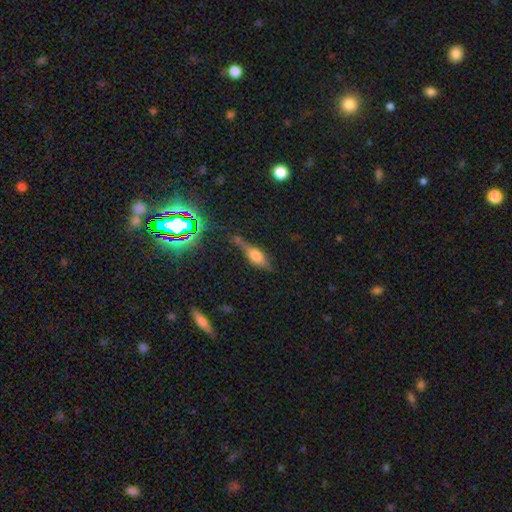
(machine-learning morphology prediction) Smooth or featured? Predicted: featured or disk (p=0.44). Merging? Predicted: none (p=0.60).